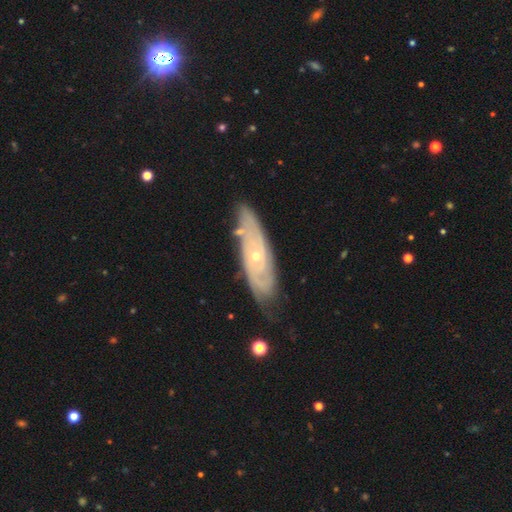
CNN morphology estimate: Smooth or featured? Predicted: featured or disk (p=0.82). Edge-on disk? Predicted: no (p=0.84). Bar? Predicted: no (p=0.75). Spiral arms? Predicted: yes (p=0.91). Spiral winding? Predicted: tight (p=0.70). Spiral arm count? Predicted: can't tell (p=0.45). Bulge size? Predicted: small (p=0.73). Merging? Predicted: none (p=0.74).